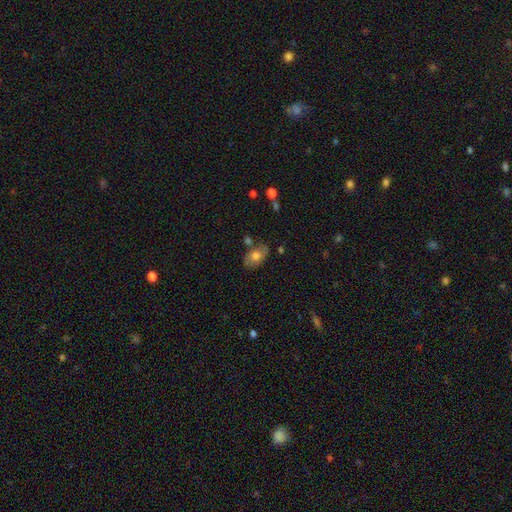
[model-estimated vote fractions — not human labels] Smooth or featured? Predicted: smooth (p=0.67). How rounded? Predicted: in between (p=0.85). Merging? Predicted: none (p=0.62).